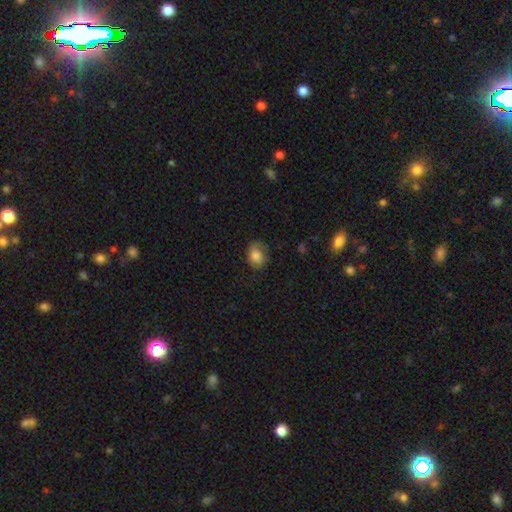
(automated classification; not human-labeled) Smooth or featured: smooth — 77% (featured or disk — 15%)
How rounded: in between — 58% (round — 41%)
Merging: none — 59% (minor disturbance — 27%)